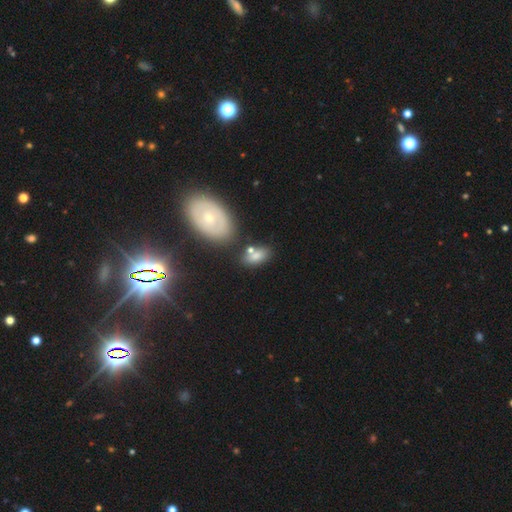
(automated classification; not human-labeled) smooth-or-featured: smooth: 74% | featured or disk: 17% | star or artifact: 9%
  how-rounded: in between: 88% | round: 8% | cigar-shaped: 3%
  merging: none: 59% | minor disturbance: 18% | merger: 18% | major disturbance: 6%